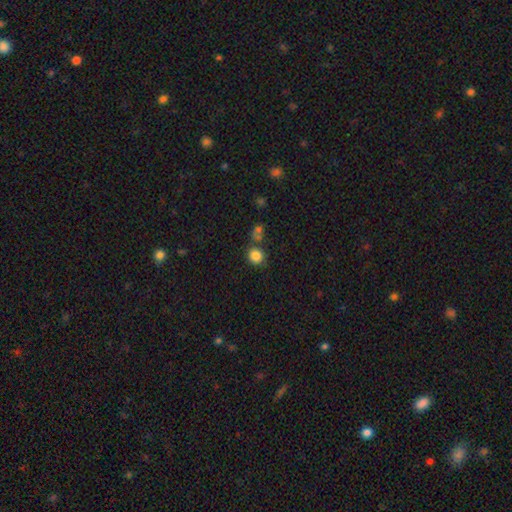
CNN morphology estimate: smooth_or_featured: smooth (p=0.84) [alt: star or artifact p=0.11]
how_rounded: round (p=0.86) [alt: in between p=0.13]
merging: none (p=0.71) [alt: merger p=0.13]